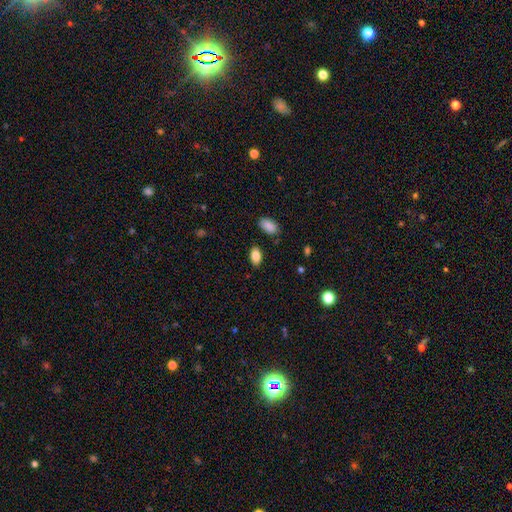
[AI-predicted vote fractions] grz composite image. It shows a smooth galaxy with no disk features (85%) that is in between round and cigar-shaped (91%). Merging: none (86%).